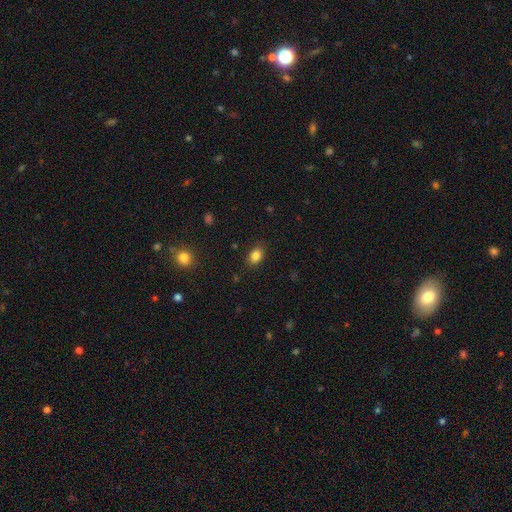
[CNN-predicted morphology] Overall: smooth (85%). How rounded: in between (72%). Merging: none (87%).